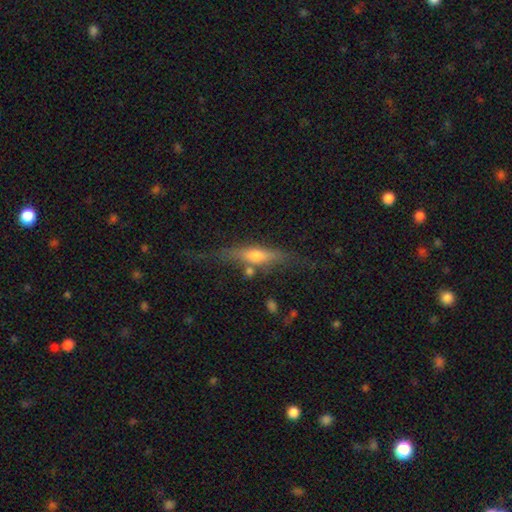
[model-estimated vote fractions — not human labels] smooth_or_featured: featured or disk (p=0.57) [alt: smooth p=0.35]
disk_edge_on: yes (p=0.87) [alt: no p=0.13]
edge_on_bulge: rounded (p=0.88) [alt: boxy p=0.06]
merging: none (p=0.62) [alt: minor disturbance p=0.21]